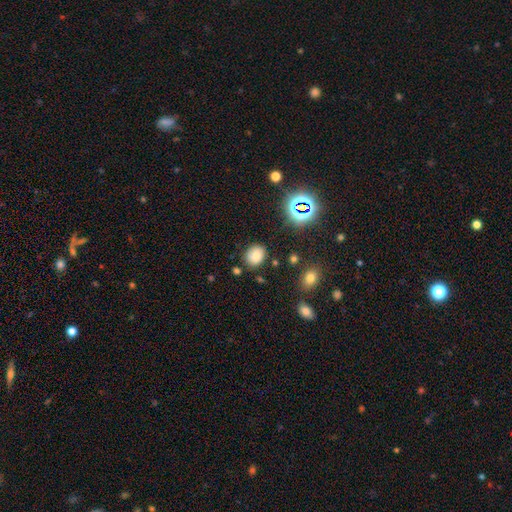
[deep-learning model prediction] Smooth or featured? smooth (78%)
How rounded? in between (51%)
Merging? none (82%)